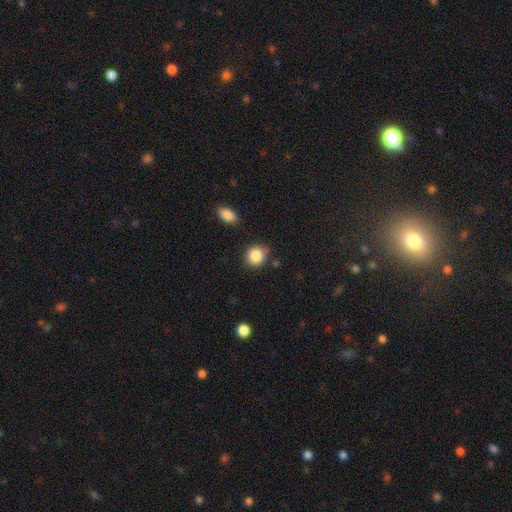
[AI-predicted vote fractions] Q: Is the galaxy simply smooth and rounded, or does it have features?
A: smooth — 87%.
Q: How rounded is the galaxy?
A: round — 83%.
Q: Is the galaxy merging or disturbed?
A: none — 79%.